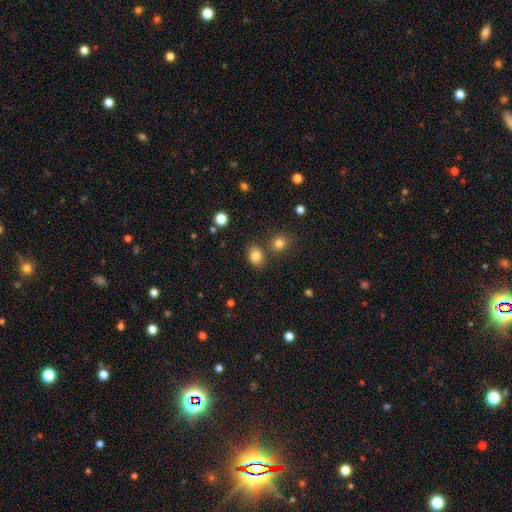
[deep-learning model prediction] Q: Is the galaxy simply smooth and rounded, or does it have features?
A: smooth — 83%.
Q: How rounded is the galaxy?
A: in between — 54%.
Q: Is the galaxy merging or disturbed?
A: none — 74%.